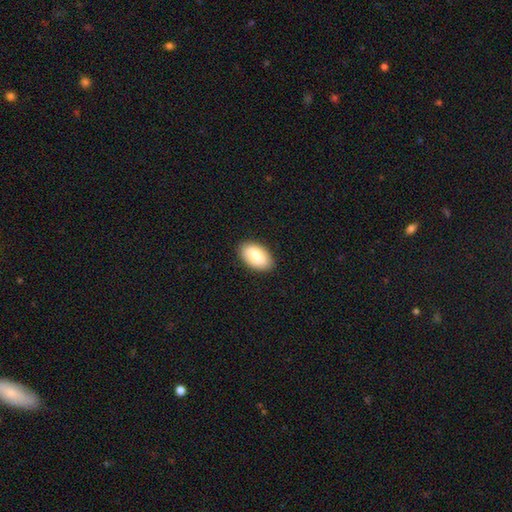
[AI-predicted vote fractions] Smooth or featured?
  - smooth: 81% *
  - featured or disk: 13%
  - star or artifact: 6%
How rounded?
  - in between: 95% *
  - round: 4%
  - cigar-shaped: 2%
Merging?
  - none: 88% *
  - minor disturbance: 9%
  - major disturbance: 2%
  - merger: 1%